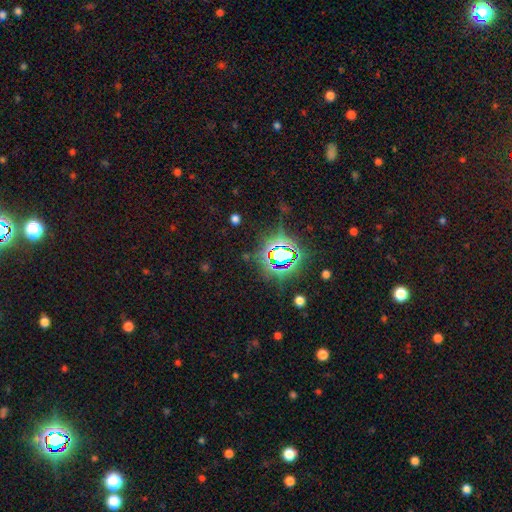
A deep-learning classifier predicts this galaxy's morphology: Smooth or featured: star or artifact — 80% (smooth — 13%)